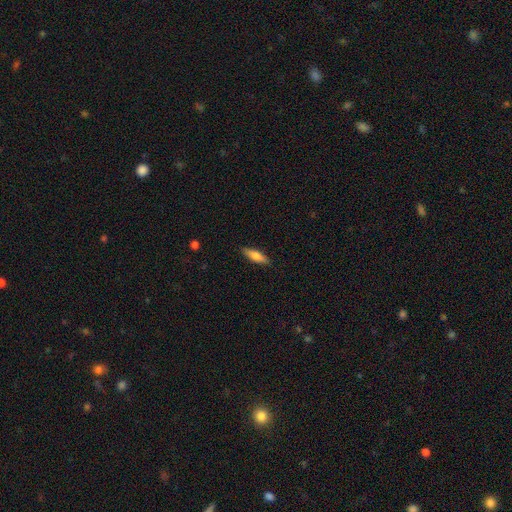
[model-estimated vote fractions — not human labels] Smooth or featured? Predicted: smooth (p=0.68). How rounded? Predicted: cigar-shaped (p=0.61). Merging? Predicted: none (p=0.88).